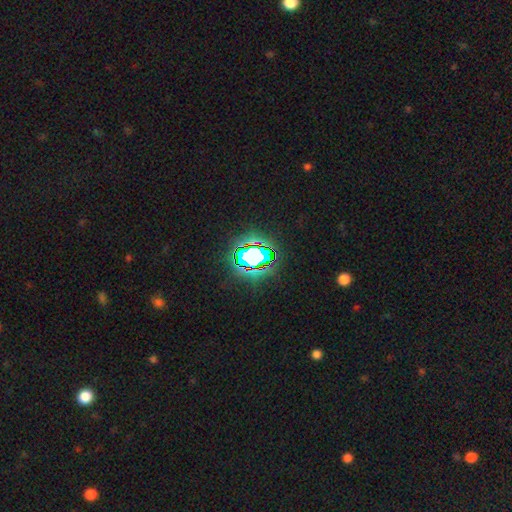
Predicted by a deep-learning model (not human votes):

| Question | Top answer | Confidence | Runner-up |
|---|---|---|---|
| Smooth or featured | star or artifact | 67% | smooth (20%) |